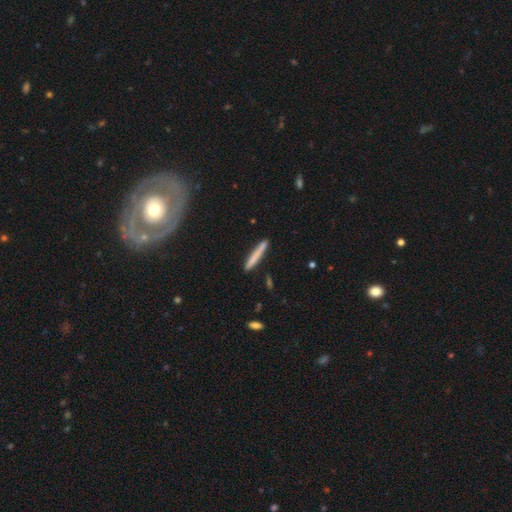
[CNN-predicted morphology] Smooth or featured: smooth — 72% (featured or disk — 22%)
How rounded: cigar-shaped — 96% (in between — 3%)
Merging: none — 88% (minor disturbance — 8%)